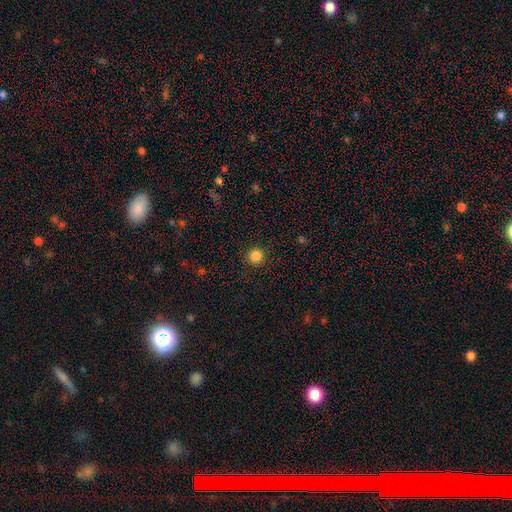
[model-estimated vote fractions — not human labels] smooth 85%, star or artifact 12%, featured or disk 3%. Down the decision tree: how rounded — round (95%); merging — none (93%).